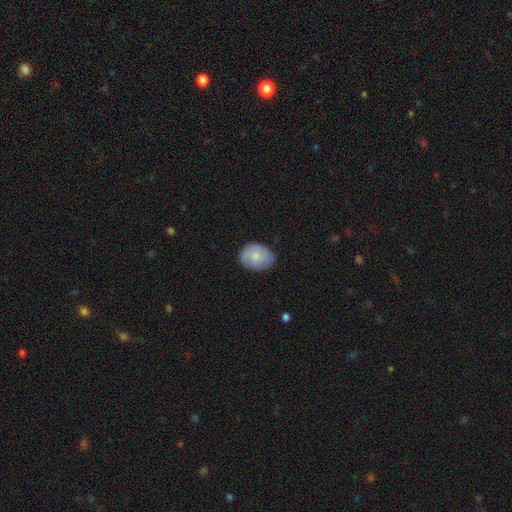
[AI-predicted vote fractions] Smooth or featured: smooth — 70% (featured or disk — 23%)
How rounded: in between — 52% (round — 47%)
Merging: none — 74% (minor disturbance — 21%)